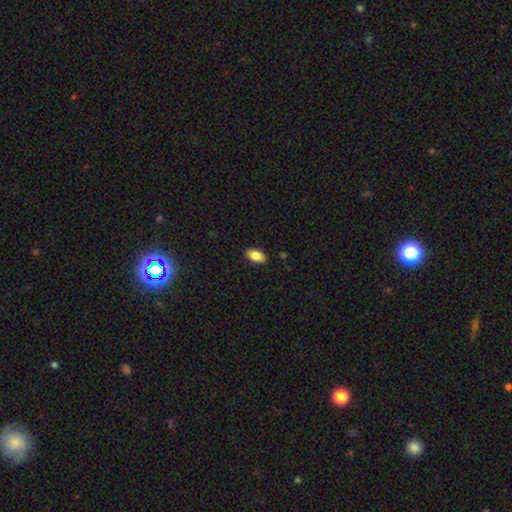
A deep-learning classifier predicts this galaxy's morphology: smooth 87%, star or artifact 7%, featured or disk 6%. Down the decision tree: how rounded — in between (94%); merging — none (89%).